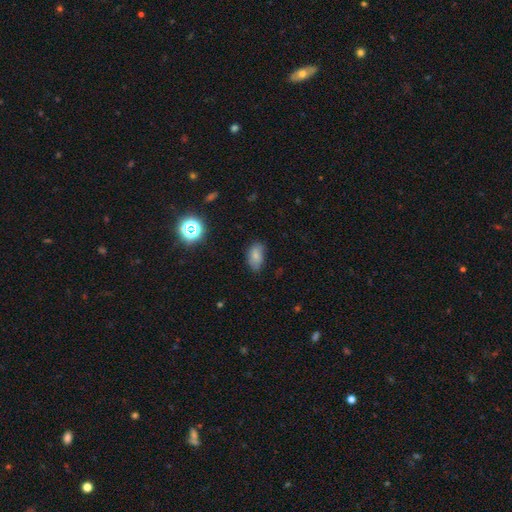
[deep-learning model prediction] A smooth galaxy with no disk features (77%) that is in between round and cigar-shaped (91%). Merging: none (68%).